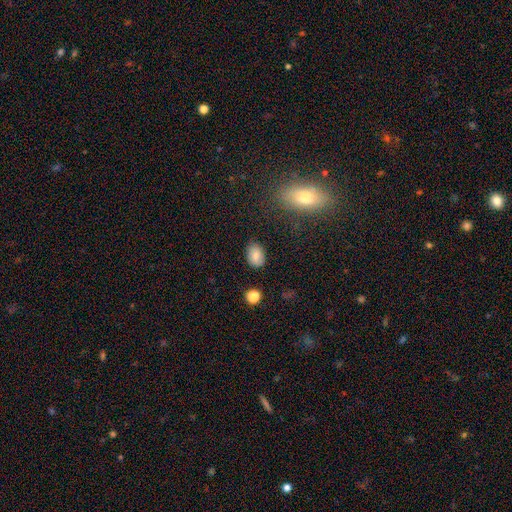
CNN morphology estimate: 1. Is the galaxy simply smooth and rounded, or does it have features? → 82% smooth, 10% star or artifact, 8% featured or disk.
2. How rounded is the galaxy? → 78% in between, 21% round, 1% cigar-shaped.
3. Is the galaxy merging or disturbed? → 83% none, 12% minor disturbance, 3% major disturbance, 2% merger.